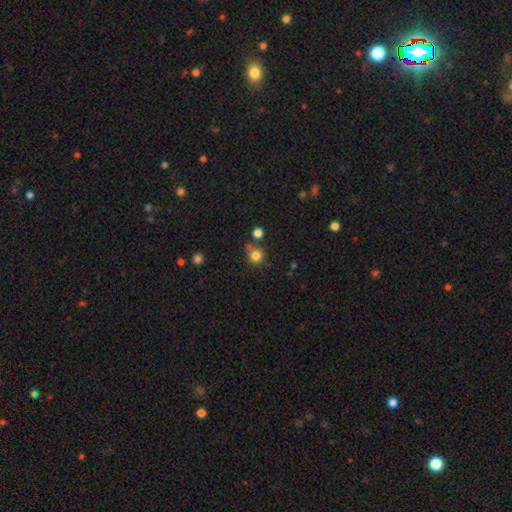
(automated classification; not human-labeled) The model was most divided on "merging": none: 64%, merger: 16%, minor disturbance: 14%, major disturbance: 6%. More confident: how rounded — round (90%); smooth or featured — smooth (81%).